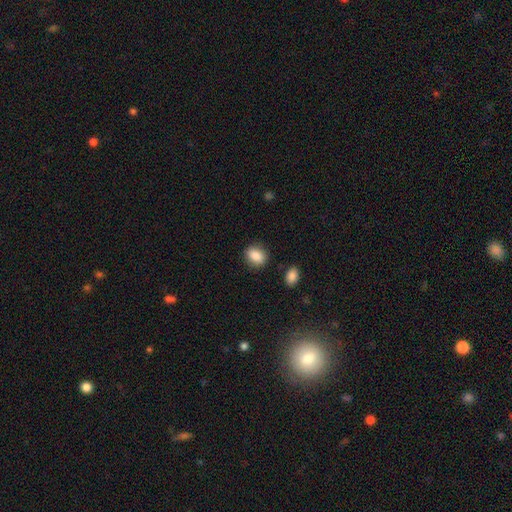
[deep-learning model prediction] The model was most divided on "how rounded": in between: 56%, round: 42%, cigar-shaped: 1%. More confident: smooth or featured — smooth (87%); merging — none (84%).